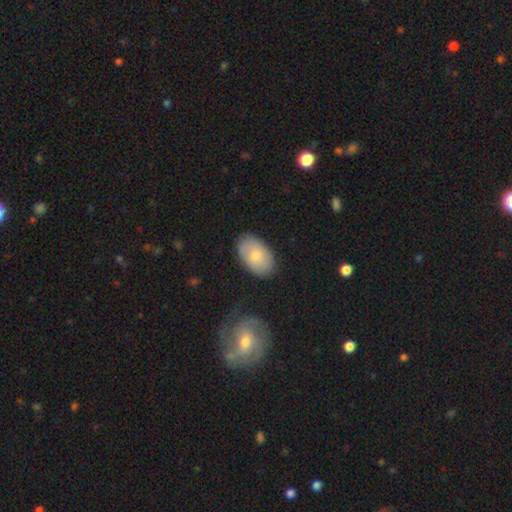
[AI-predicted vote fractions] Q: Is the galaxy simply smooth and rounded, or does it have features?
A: smooth — 72%.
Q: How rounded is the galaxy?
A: in between — 92%.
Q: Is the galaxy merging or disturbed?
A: none — 83%.